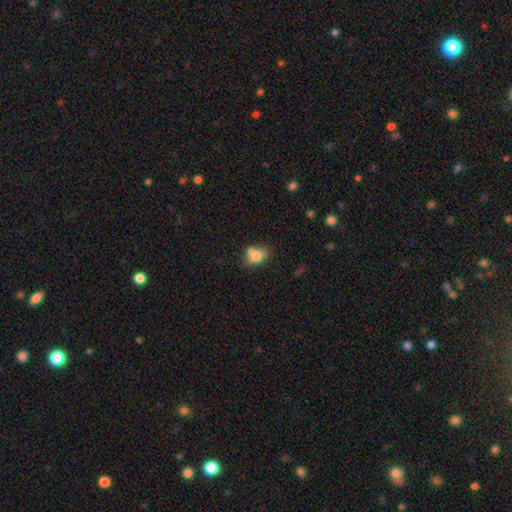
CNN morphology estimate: Smooth or featured?
  - smooth: 76% *
  - featured or disk: 14%
  - star or artifact: 9%
How rounded?
  - in between: 77% *
  - round: 21%
  - cigar-shaped: 2%
Merging?
  - none: 44% *
  - merger: 35%
  - minor disturbance: 16%
  - major disturbance: 5%